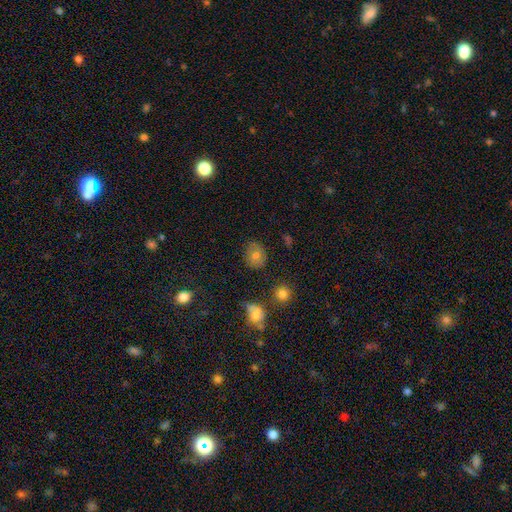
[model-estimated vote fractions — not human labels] This is likely a smooth galaxy (69%). How rounded: likely round (64%). Merging: likely none (77%).